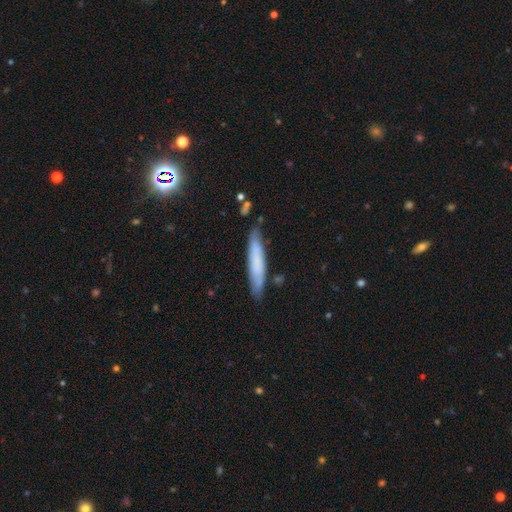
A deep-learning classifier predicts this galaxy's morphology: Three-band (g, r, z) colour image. It shows a smooth galaxy with no disk features (59%) that is cigar-shaped (92%). Merging: none (79%).